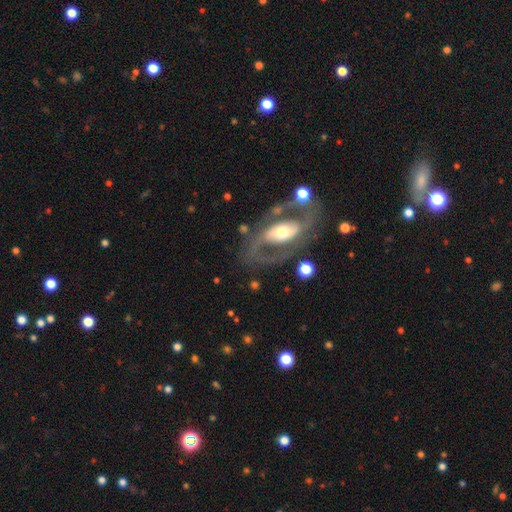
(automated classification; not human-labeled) A featured or disk galaxy (82%) with no bar (36%), 2 (81%) medium (47%) spiral arms (80%) and a moderate central bulge (62%). Merging: none (68%).